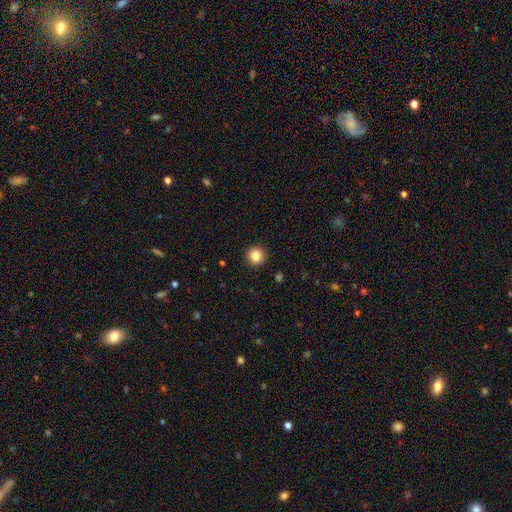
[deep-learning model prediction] smooth-or-featured: smooth: 84% | star or artifact: 11% | featured or disk: 5%
  how-rounded: round: 95% | in between: 4% | cigar-shaped: 1%
  merging: none: 93% | minor disturbance: 5% | major disturbance: 2% | merger: 1%